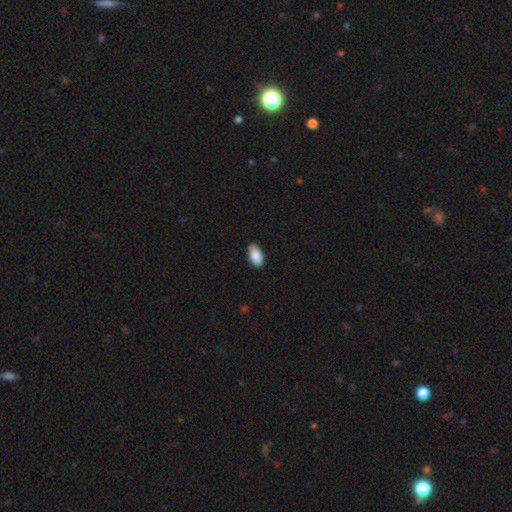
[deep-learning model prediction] smooth-or-featured: smooth: 89% | star or artifact: 6% | featured or disk: 5%
  how-rounded: in between: 95% | cigar-shaped: 3% | round: 2%
  merging: none: 88% | minor disturbance: 10% | major disturbance: 2% | merger: 1%